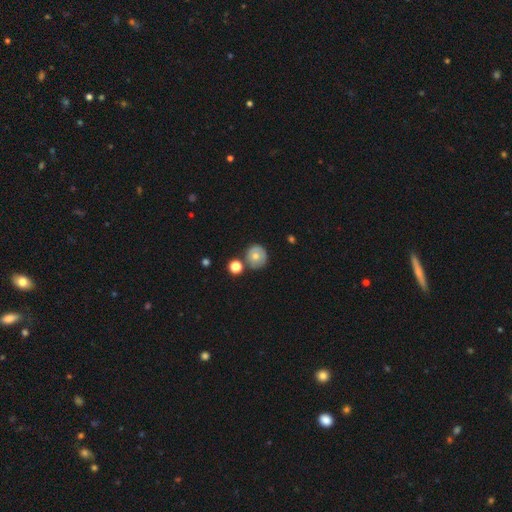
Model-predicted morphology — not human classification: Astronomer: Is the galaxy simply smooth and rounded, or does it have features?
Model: smooth — 62%.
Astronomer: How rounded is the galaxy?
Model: round — 90%.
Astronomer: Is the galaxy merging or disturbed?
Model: none — 74%.